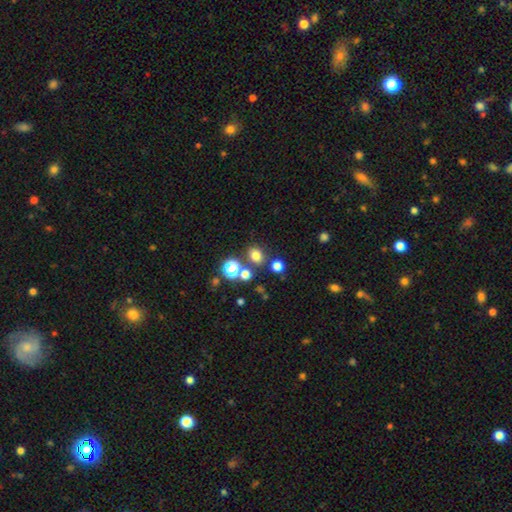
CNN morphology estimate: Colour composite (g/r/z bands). It shows a smooth galaxy with no disk features (73%) that is round (65%). Merging: none (74%).